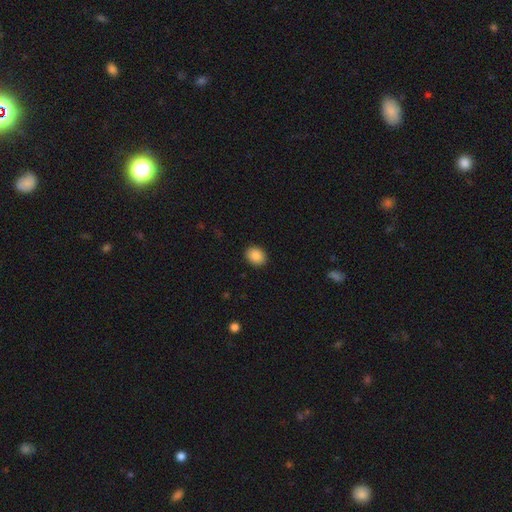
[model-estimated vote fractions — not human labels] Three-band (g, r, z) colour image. It shows a smooth galaxy with no disk features (87%) that is in between round and cigar-shaped (51%). Merging: none (91%).